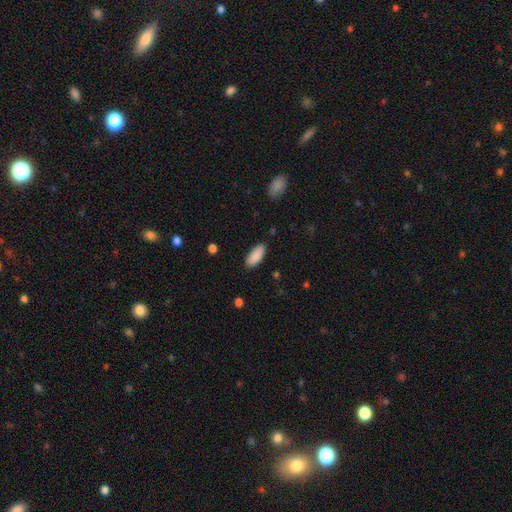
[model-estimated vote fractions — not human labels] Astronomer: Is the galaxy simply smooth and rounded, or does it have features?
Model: smooth — 90%.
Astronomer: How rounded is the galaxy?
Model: in between — 85%.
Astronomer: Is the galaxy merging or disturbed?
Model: none — 87%.